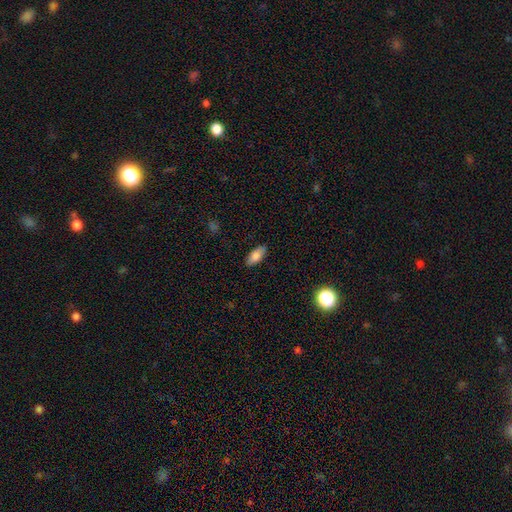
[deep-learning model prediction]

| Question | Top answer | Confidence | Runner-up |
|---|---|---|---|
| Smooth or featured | smooth | 81% | featured or disk (12%) |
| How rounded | in between | 86% | cigar-shaped (12%) |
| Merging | none | 88% | minor disturbance (9%) |